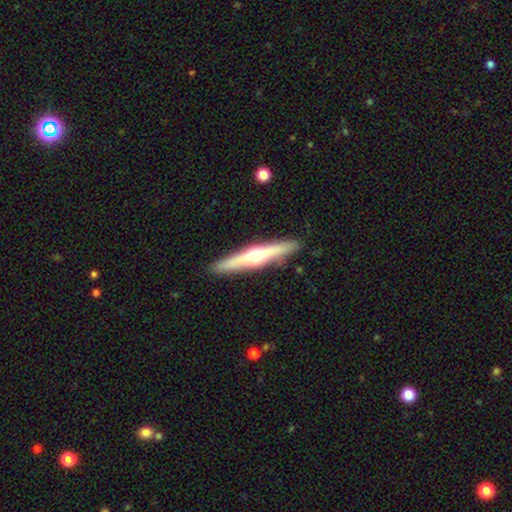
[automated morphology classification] Overall: featured or disk (64%; smooth 30%). Edge-on disk: yes (96%). Edge-on bulge: rounded (93%). Merging: none (90%).